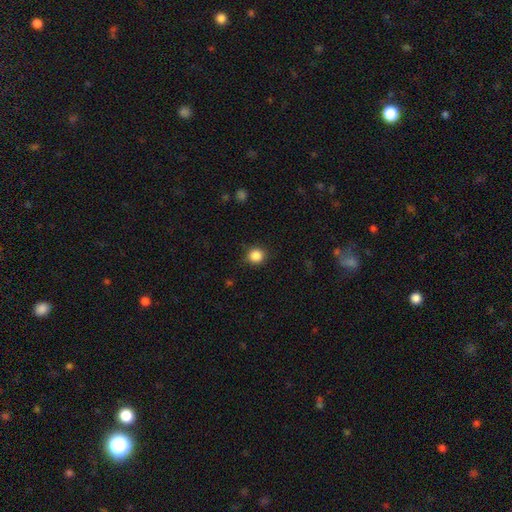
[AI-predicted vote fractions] Smooth or featured: smooth — 86% (star or artifact — 11%)
How rounded: round — 91% (in between — 9%)
Merging: none — 89% (minor disturbance — 8%)